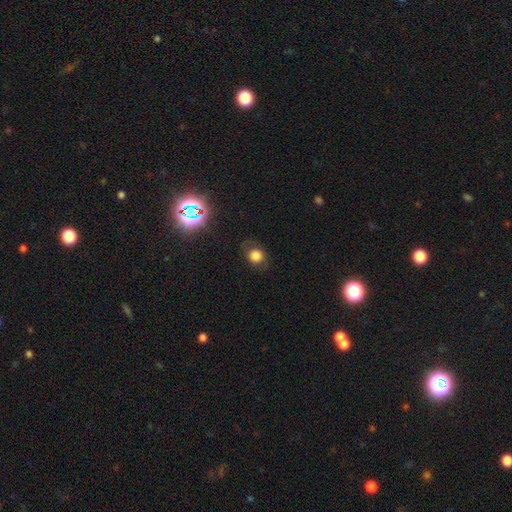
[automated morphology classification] smooth_or_featured: smooth (p=0.74) [alt: star or artifact p=0.14]
how_rounded: round (p=0.73) [alt: in between p=0.26]
merging: none (p=0.70) [alt: minor disturbance p=0.19]